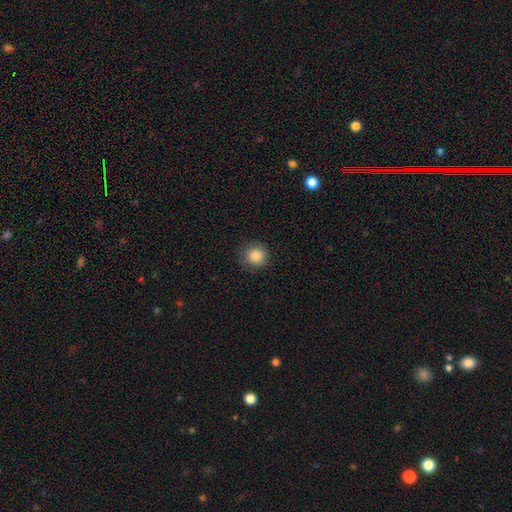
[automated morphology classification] Overall: smooth (86%). How rounded: round (90%). Merging: none (86%).